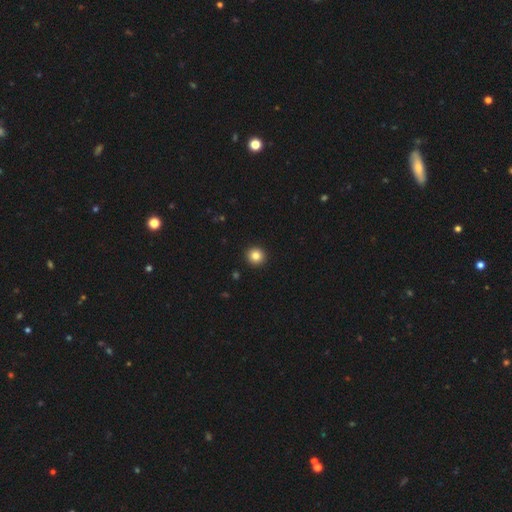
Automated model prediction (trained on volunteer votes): A smooth galaxy with no disk features (84%) that is round (95%). Merging: none (94%).